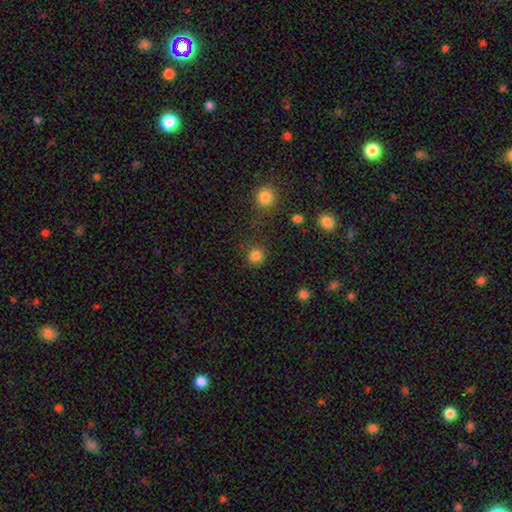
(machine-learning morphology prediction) This appears to be a smooth galaxy with no disk features (83%) that is round (91%). Merging: none (85%).